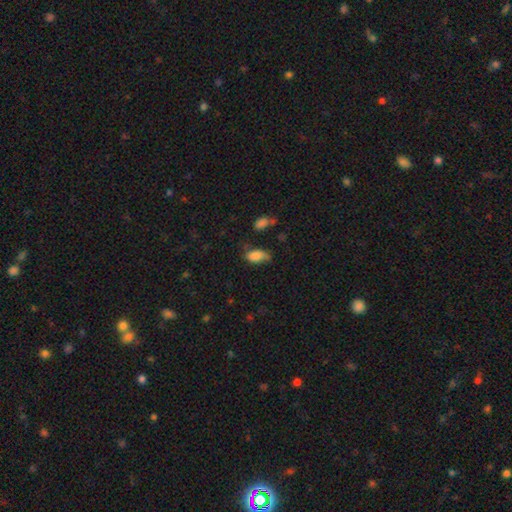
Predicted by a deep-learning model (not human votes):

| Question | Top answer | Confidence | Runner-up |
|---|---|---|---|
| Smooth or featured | smooth | 81% | featured or disk (11%) |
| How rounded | in between | 90% | cigar-shaped (5%) |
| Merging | none | 45% | minor disturbance (35%) |